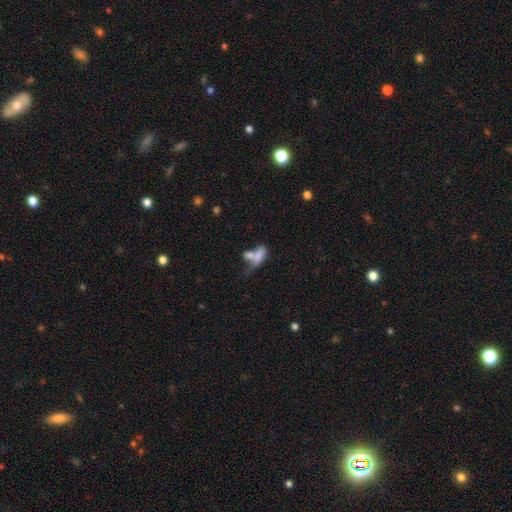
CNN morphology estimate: Smooth or featured: smooth — 69% (featured or disk — 21%)
How rounded: in between — 75% (cigar-shaped — 17%)
Merging: merger — 55% (none — 20%)